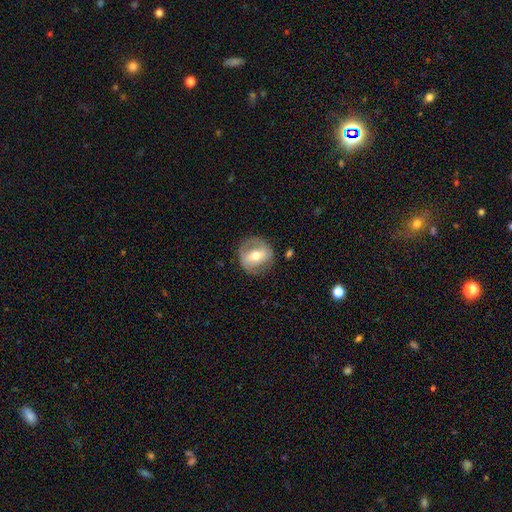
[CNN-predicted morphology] Overall: featured or disk (53%; smooth 40%). Edge-on disk: no (93%). Merging: none (78%).